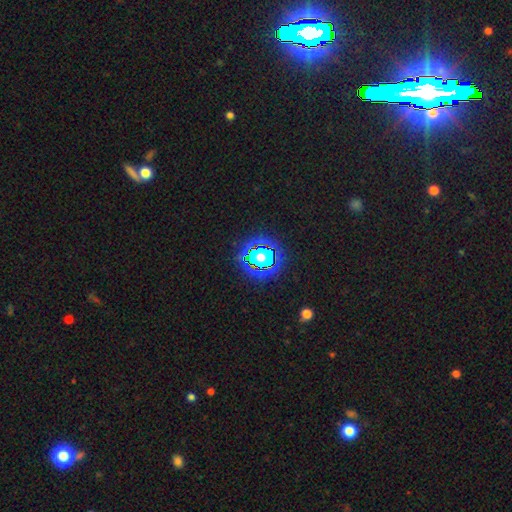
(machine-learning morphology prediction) Overall: star or artifact (71%).